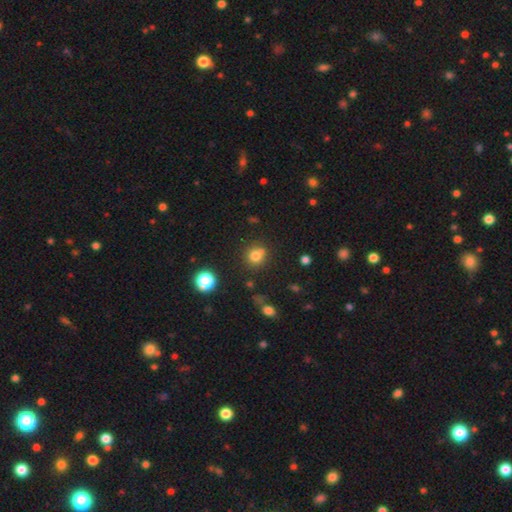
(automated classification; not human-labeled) Smooth or featured? Predicted: smooth (p=0.76). How rounded? Predicted: round (p=0.79). Merging? Predicted: none (p=0.60).